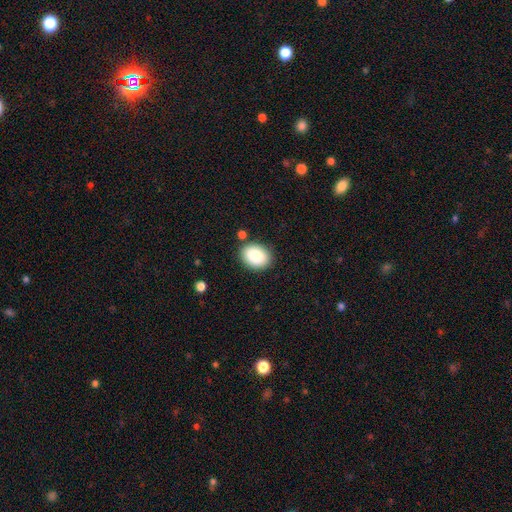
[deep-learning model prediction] The model was most divided on "how rounded": in between: 68%, round: 31%, cigar-shaped: 1%. More confident: smooth or featured — smooth (87%); merging — none (84%).